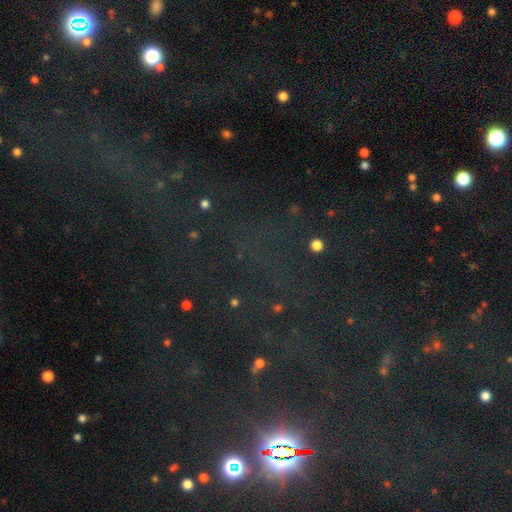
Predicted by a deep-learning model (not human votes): This appears to be a star or artifact, not a galaxy (75%).